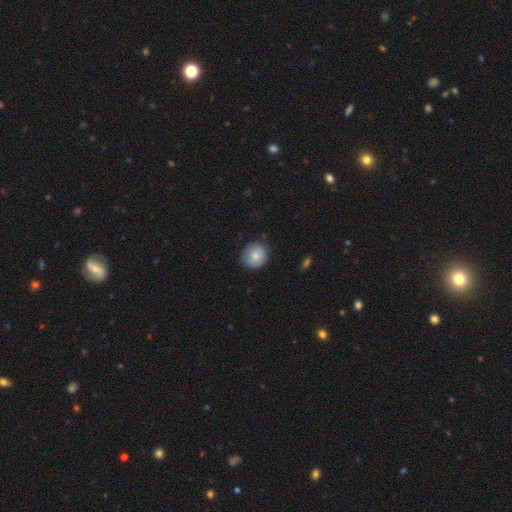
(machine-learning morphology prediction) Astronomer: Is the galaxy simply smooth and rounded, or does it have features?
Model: smooth — 82%.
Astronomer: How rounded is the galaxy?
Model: round — 86%.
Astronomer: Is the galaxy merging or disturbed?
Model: none — 82%.